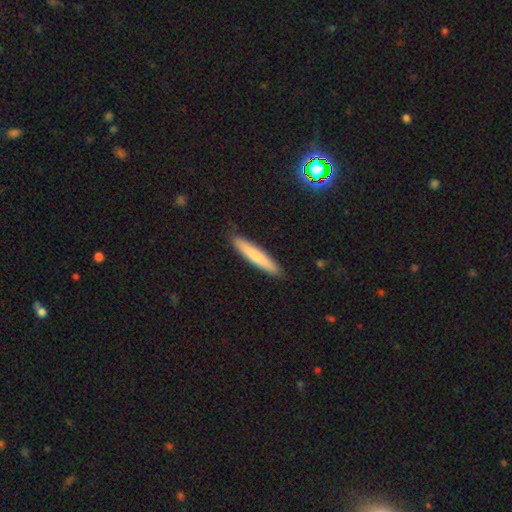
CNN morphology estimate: A smooth galaxy with no disk features (72%) that is cigar-shaped (91%). Merging: none (89%).